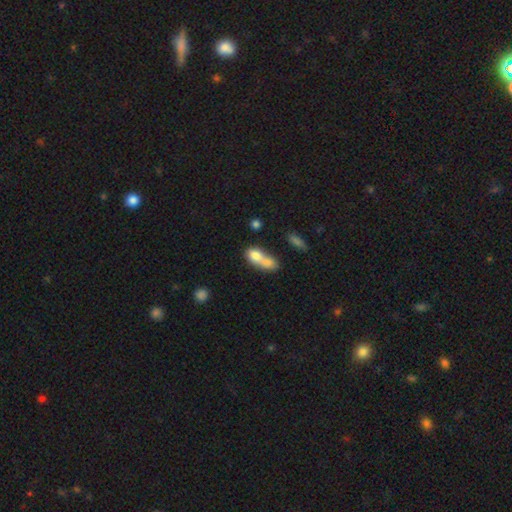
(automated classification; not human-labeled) Smooth or featured? Predicted: smooth (p=0.75). How rounded? Predicted: in between (p=0.69). Merging? Predicted: merger (p=0.70).